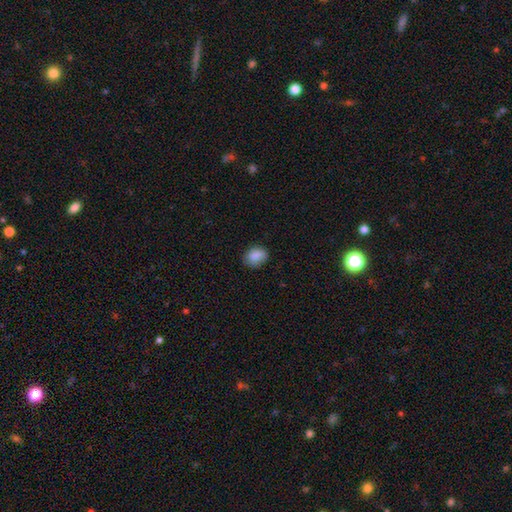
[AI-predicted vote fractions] The model was most divided on "how rounded": in between: 62%, round: 37%, cigar-shaped: 1%. More confident: smooth or featured — smooth (87%); merging — none (73%).